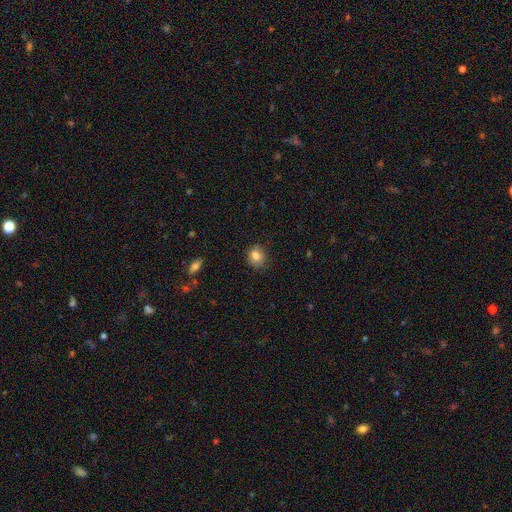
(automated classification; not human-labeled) smooth_or_featured: smooth (p=0.82) [alt: star or artifact p=0.10]
how_rounded: round (p=0.71) [alt: in between p=0.28]
merging: none (p=0.81) [alt: minor disturbance p=0.15]